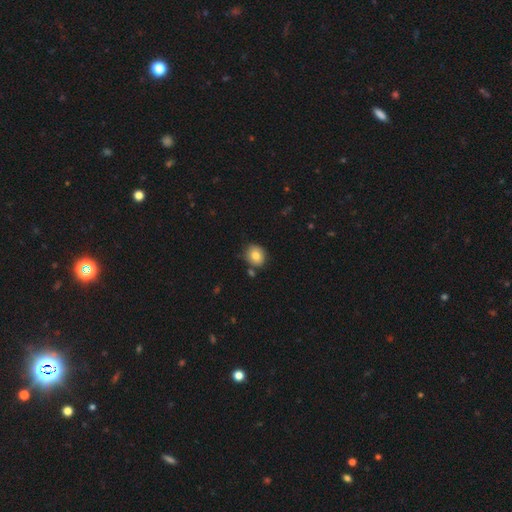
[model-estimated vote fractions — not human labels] smooth_or_featured: smooth (p=0.80) [alt: featured or disk p=0.11]
how_rounded: round (p=0.70) [alt: in between p=0.29]
merging: none (p=0.78) [alt: minor disturbance p=0.13]